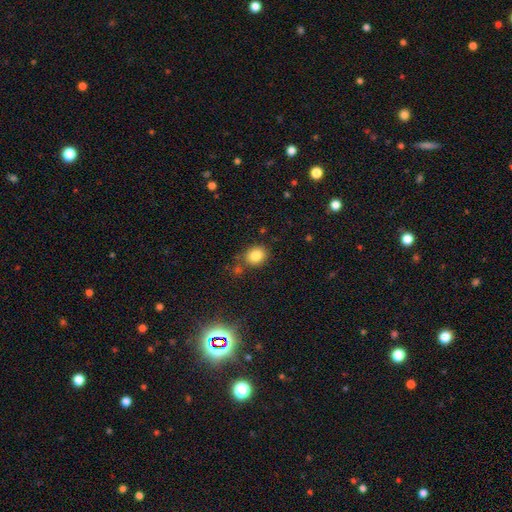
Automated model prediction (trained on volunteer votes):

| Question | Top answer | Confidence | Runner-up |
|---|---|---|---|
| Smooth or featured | smooth | 83% | star or artifact (11%) |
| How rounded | round | 62% | in between (37%) |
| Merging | none | 75% | minor disturbance (13%) |